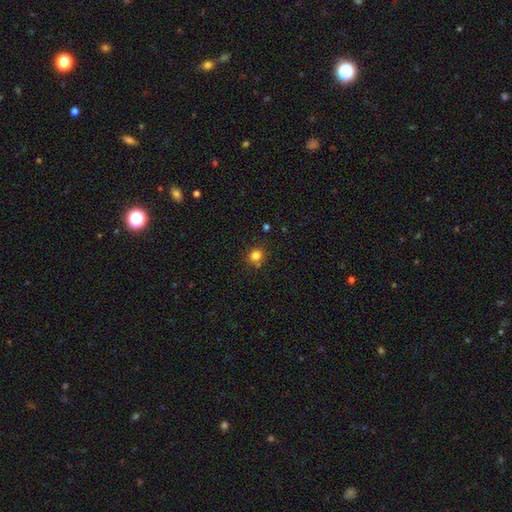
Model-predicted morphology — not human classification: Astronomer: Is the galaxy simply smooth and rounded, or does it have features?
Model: smooth — 82%.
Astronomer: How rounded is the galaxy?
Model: round — 79%.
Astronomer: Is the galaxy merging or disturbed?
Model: none — 76%.